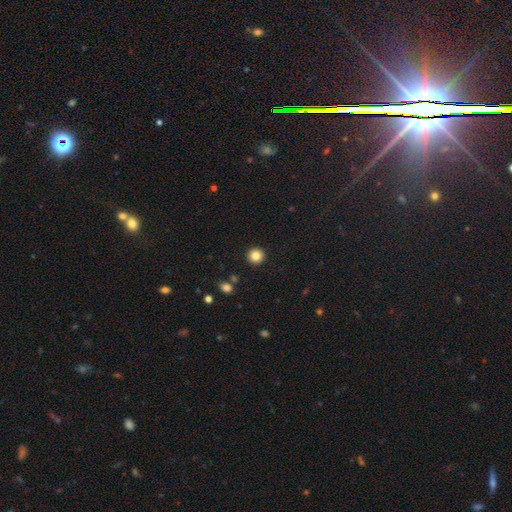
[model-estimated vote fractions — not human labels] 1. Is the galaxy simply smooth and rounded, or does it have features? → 84% smooth, 10% star or artifact, 5% featured or disk.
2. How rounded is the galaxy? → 95% round, 4% in between, 1% cigar-shaped.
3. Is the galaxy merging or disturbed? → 93% none, 4% minor disturbance, 2% major disturbance, 1% merger.